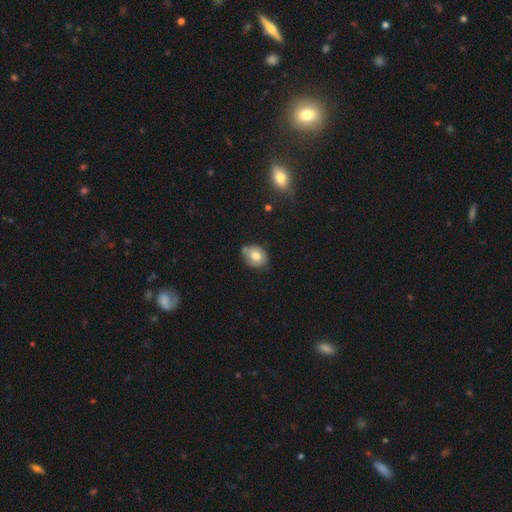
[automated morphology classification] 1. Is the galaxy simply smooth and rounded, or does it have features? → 74% smooth, 17% featured or disk, 9% star or artifact.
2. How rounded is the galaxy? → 53% round, 46% in between, 1% cigar-shaped.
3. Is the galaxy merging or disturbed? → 60% none, 26% minor disturbance, 9% merger, 5% major disturbance.